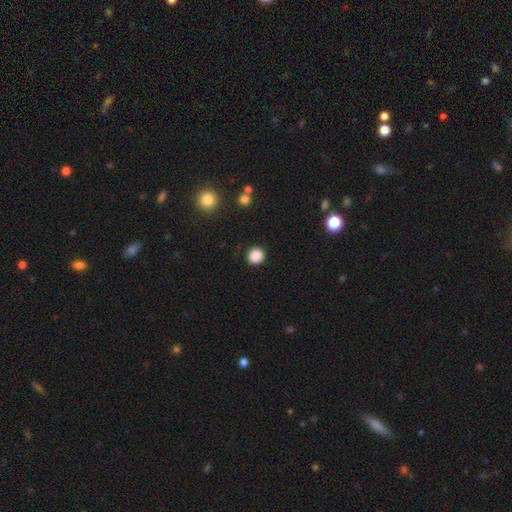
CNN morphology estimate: Smooth or featured: smooth — 87% (star or artifact — 10%)
How rounded: round — 92% (in between — 7%)
Merging: none — 91% (minor disturbance — 6%)